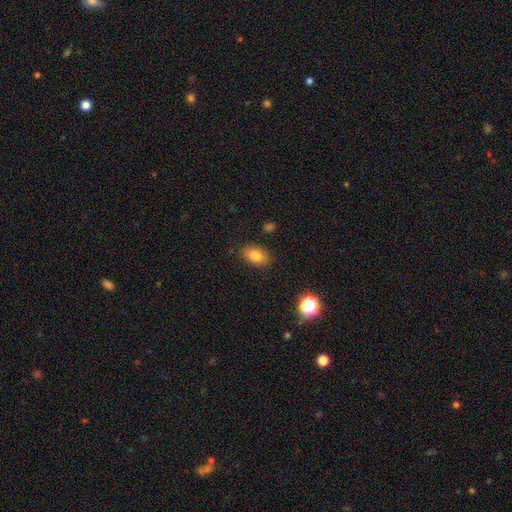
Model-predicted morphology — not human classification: Q: Smooth or featured?
A: smooth (79%); runner-up: featured or disk (10%)
Q: How rounded?
A: in between (84%); runner-up: round (14%)
Q: Merging?
A: none (83%); runner-up: minor disturbance (12%)